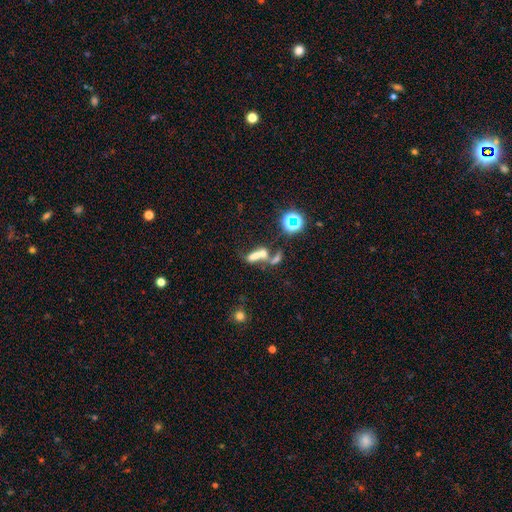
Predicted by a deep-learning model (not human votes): A smooth galaxy with no disk features (49%). Merging: merger (57%).